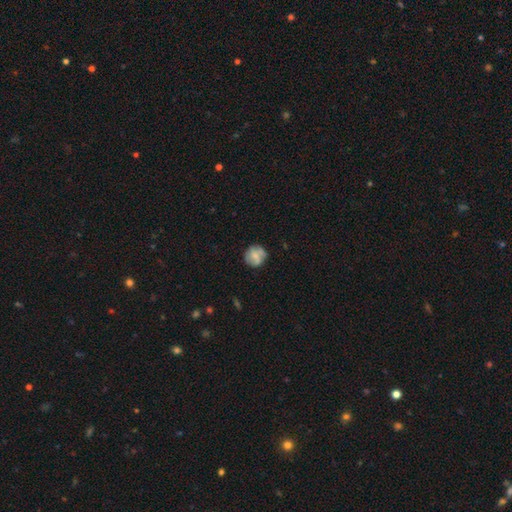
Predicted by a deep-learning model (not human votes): Q: Smooth or featured?
A: smooth (57%); runner-up: featured or disk (35%)
Q: How rounded?
A: round (86%); runner-up: in between (13%)
Q: Merging?
A: none (71%); runner-up: minor disturbance (20%)